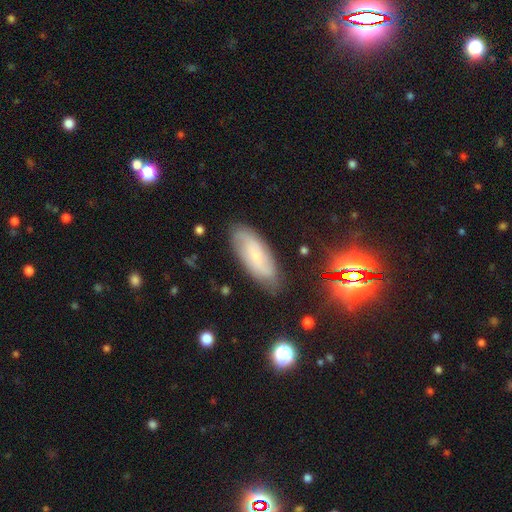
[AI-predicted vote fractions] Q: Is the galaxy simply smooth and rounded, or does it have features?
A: featured or disk — 50%.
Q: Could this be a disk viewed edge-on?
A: no — 85%.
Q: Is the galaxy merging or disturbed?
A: none — 78%.